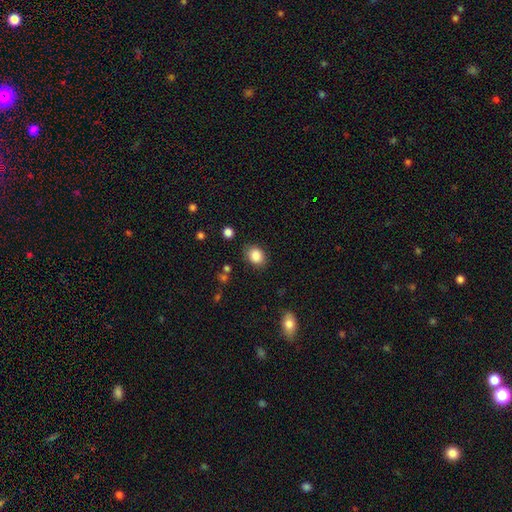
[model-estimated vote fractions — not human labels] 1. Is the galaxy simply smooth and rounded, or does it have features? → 86% smooth, 9% star or artifact, 5% featured or disk.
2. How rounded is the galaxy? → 51% in between, 48% round, 1% cigar-shaped.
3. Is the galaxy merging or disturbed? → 82% none, 12% minor disturbance, 4% major disturbance, 2% merger.